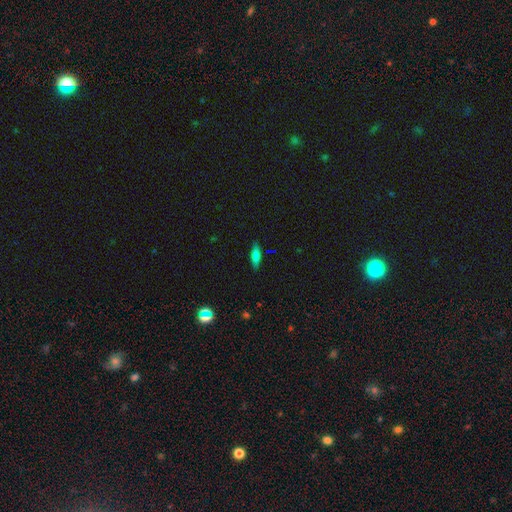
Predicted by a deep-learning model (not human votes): A smooth galaxy with no disk features (67%) that is cigar-shaped (53%).

Vote fractions:
- Smooth or featured? smooth: 67% / featured or disk: 23% / star or artifact: 10%
- How rounded? cigar-shaped: 53% / in between: 44% / round: 3%
- Merging? none: 86% / minor disturbance: 10% / major disturbance: 2% / merger: 1%